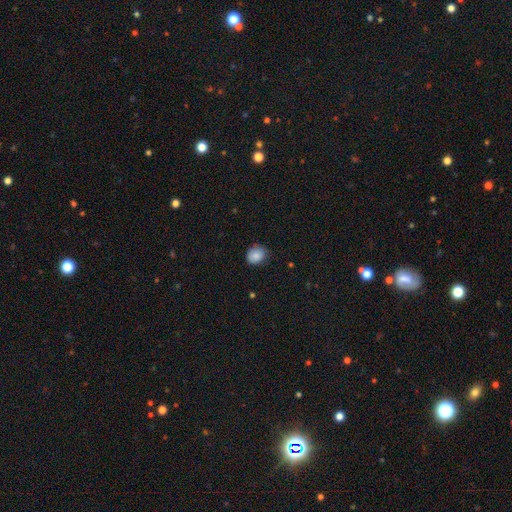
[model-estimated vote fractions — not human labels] Overall: smooth (86%). How rounded: round (59%; in between 40%). Merging: none (74%).